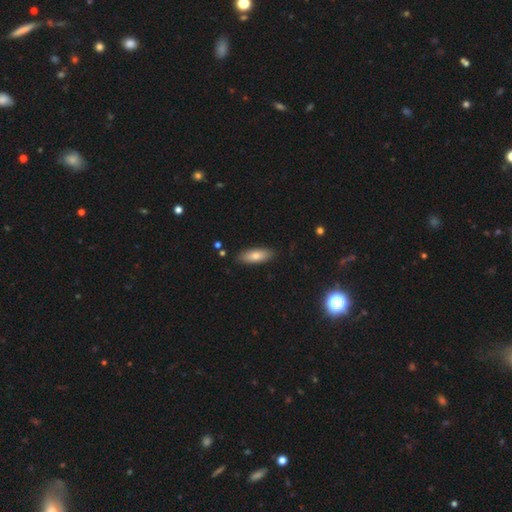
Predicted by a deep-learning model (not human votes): Smooth or featured? smooth (74%)
How rounded? in between (68%)
Merging? none (86%)